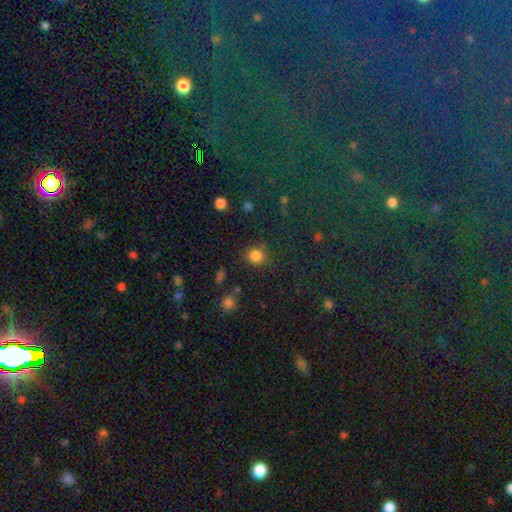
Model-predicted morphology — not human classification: Smooth or featured? smooth (81%)
How rounded? round (86%)
Merging? none (80%)